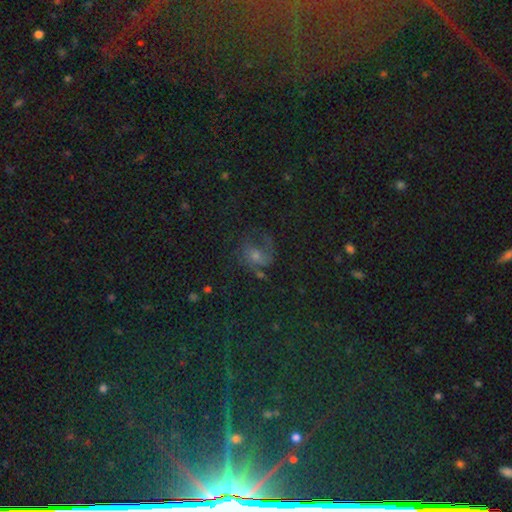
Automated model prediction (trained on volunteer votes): A featured or disk galaxy (36%).

Vote fractions:
- Smooth or featured? featured or disk: 36% / star or artifact: 33% / smooth: 31%
- Merging? none: 50% / major disturbance: 26% / minor disturbance: 20% / merger: 4%